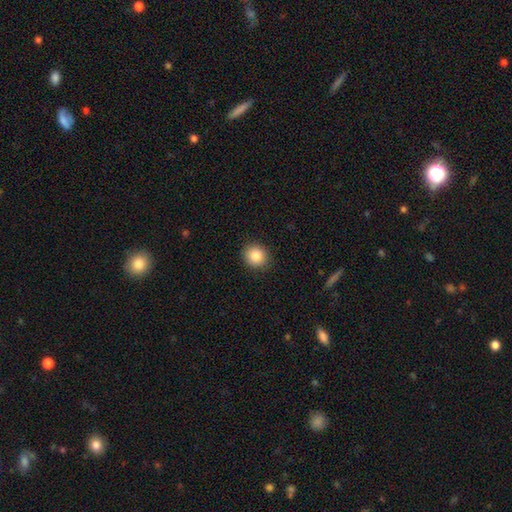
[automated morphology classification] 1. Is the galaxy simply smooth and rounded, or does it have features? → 86% smooth, 9% star or artifact, 5% featured or disk.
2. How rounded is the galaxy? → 85% round, 14% in between, 1% cigar-shaped.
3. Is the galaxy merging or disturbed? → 90% none, 7% minor disturbance, 2% major disturbance, 1% merger.